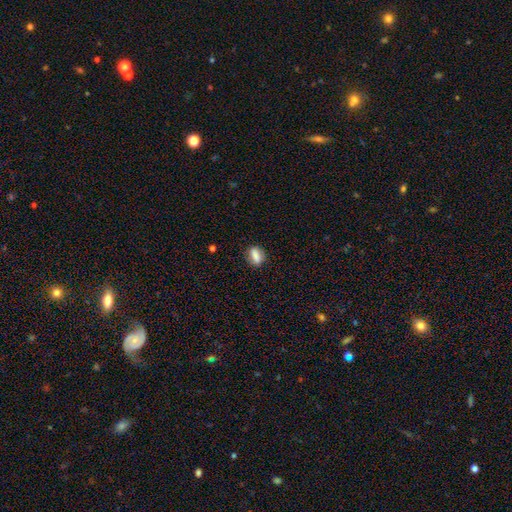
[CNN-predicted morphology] A smooth galaxy with no disk features (78%) that is in between round and cigar-shaped (64%). Merging: none (83%).